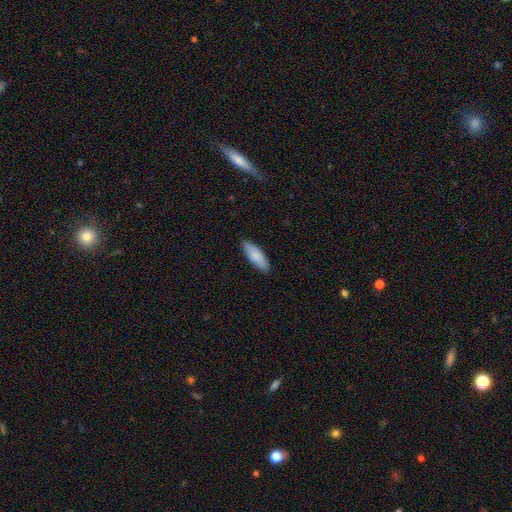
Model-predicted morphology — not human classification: Smooth or featured?
  - smooth: 86% *
  - featured or disk: 9%
  - star or artifact: 5%
How rounded?
  - in between: 58% *
  - cigar-shaped: 40%
  - round: 2%
Merging?
  - none: 88% *
  - minor disturbance: 9%
  - major disturbance: 2%
  - merger: 1%